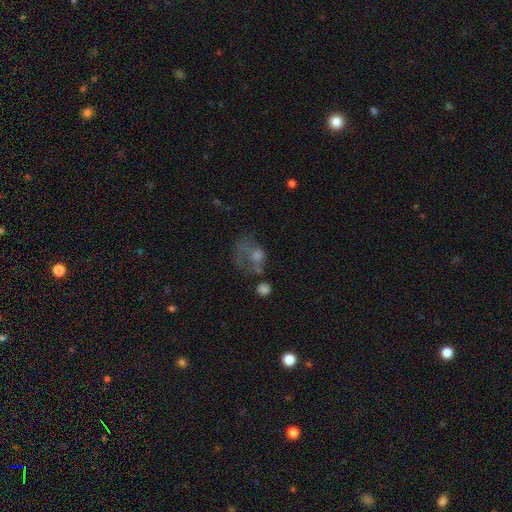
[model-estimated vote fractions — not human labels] smooth-or-featured: smooth: 47% | featured or disk: 36% | star or artifact: 17%
  merging: major disturbance: 43% | none: 25% | minor disturbance: 17% | merger: 15%